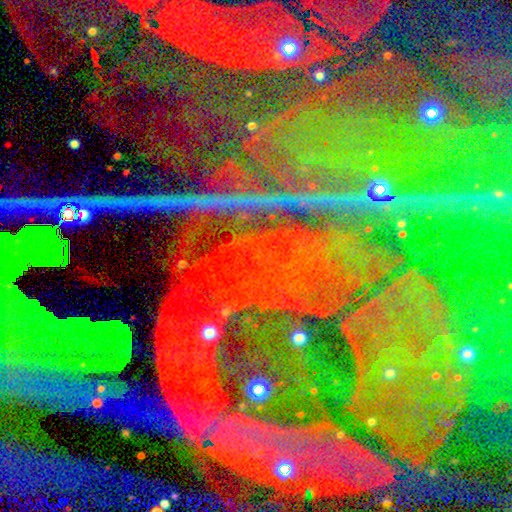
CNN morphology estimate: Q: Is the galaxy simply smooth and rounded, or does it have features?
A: star or artifact — 89%.